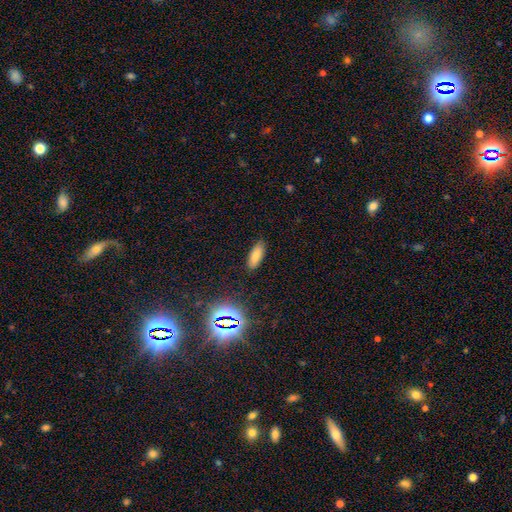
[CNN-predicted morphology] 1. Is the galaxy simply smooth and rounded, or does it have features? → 80% smooth, 13% star or artifact, 7% featured or disk.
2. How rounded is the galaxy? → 71% in between, 26% cigar-shaped, 2% round.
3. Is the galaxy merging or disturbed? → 84% none, 12% minor disturbance, 3% major disturbance, 1% merger.